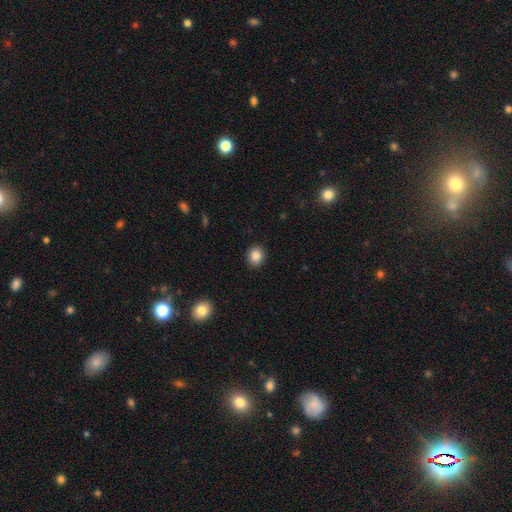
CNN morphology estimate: smooth_or_featured: smooth (p=0.86) [alt: star or artifact p=0.10]
how_rounded: round (p=0.71) [alt: in between p=0.28]
merging: none (p=0.92) [alt: minor disturbance p=0.06]